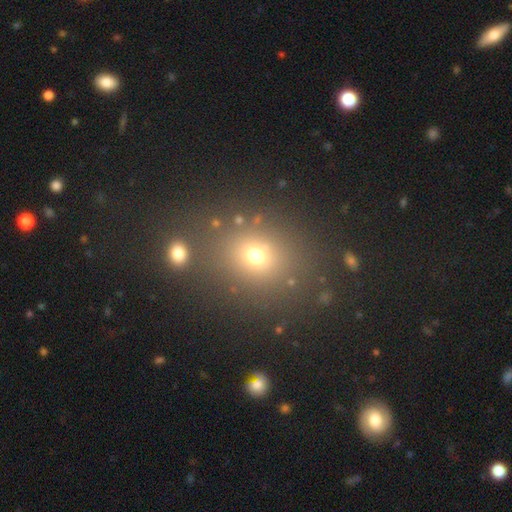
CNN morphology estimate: smooth 67%, star or artifact 22%, featured or disk 11%. Down the decision tree: how rounded — round (65%); merging — none (78%).